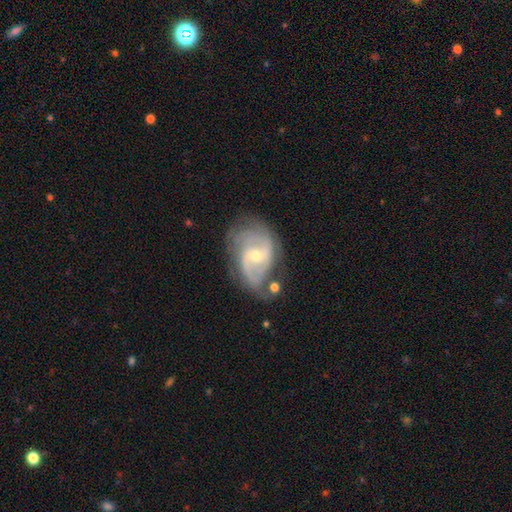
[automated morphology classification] smooth_or_featured: featured or disk (p=0.85) [alt: smooth p=0.09]
disk_edge_on: no (p=0.97) [alt: yes p=0.03]
bar: weak (p=0.46) [alt: no p=0.44]
has_spiral_arms: yes (p=0.95) [alt: no p=0.05]
spiral_winding: medium (p=0.48) [alt: tight p=0.29]
spiral_arm_count: 2 (p=0.62) [alt: can't tell p=0.16]
bulge_size: small (p=0.58) [alt: moderate p=0.39]
merging: none (p=0.56) [alt: minor disturbance p=0.24]